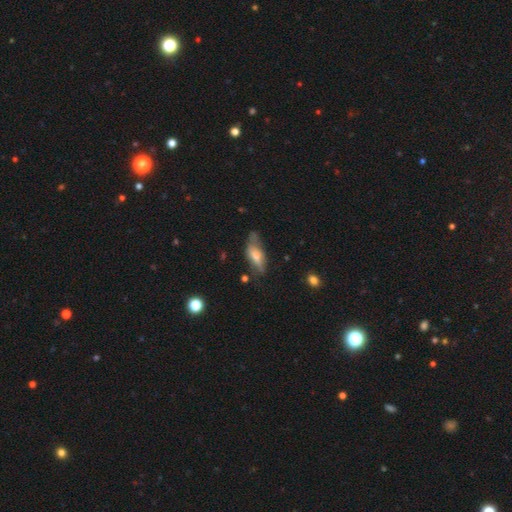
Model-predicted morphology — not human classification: Overall: smooth (55%; featured or disk 37%). How rounded: in between (69%). Merging: none (49%; minor disturbance 32%).